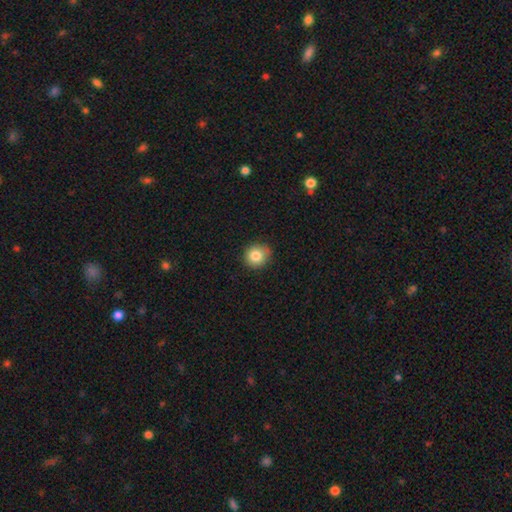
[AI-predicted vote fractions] Smooth or featured: smooth — 83% (star or artifact — 10%)
How rounded: round — 87% (in between — 12%)
Merging: none — 85% (minor disturbance — 12%)